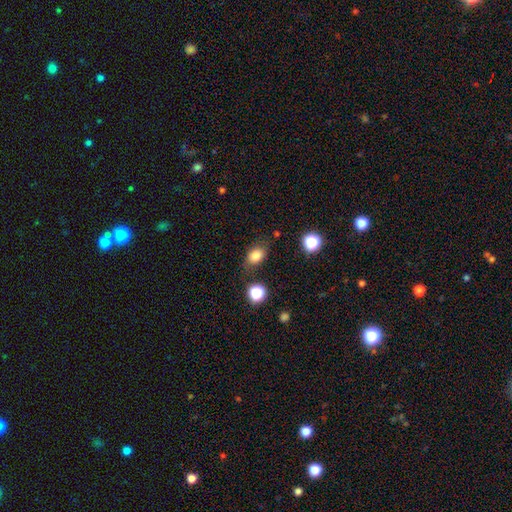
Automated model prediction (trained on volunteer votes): A smooth galaxy with no disk features (81%) that is in between round and cigar-shaped (75%).

Vote fractions:
- Smooth or featured? smooth: 81% / star or artifact: 11% / featured or disk: 8%
- How rounded? in between: 75% / round: 23% / cigar-shaped: 2%
- Merging? none: 76% / minor disturbance: 16% / major disturbance: 5% / merger: 4%